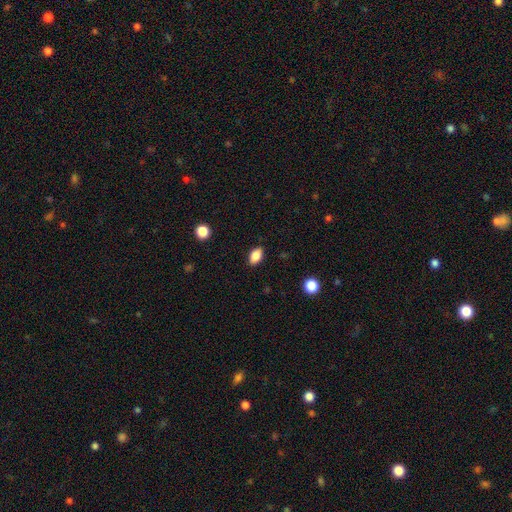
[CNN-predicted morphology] Overall: smooth (86%). How rounded: in between (89%). Merging: none (88%).